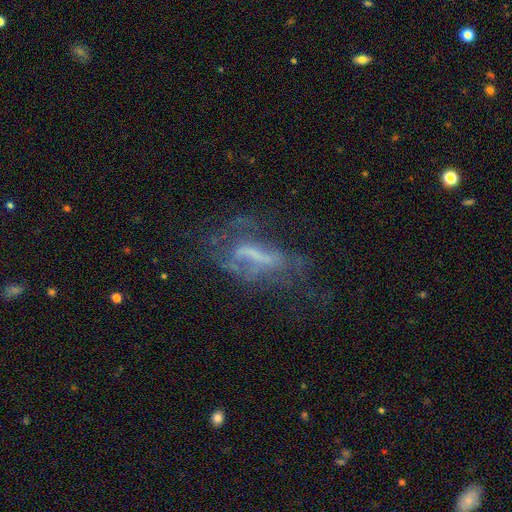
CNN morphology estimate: This is likely a featured or disk galaxy (62%). It is clearly not viewed edge-on (88%). Bar: marginally no (39%). Spiral arm pattern: likely no (65%). Central bulge: possibly none (51%). Merging: marginally major disturbance (38%).